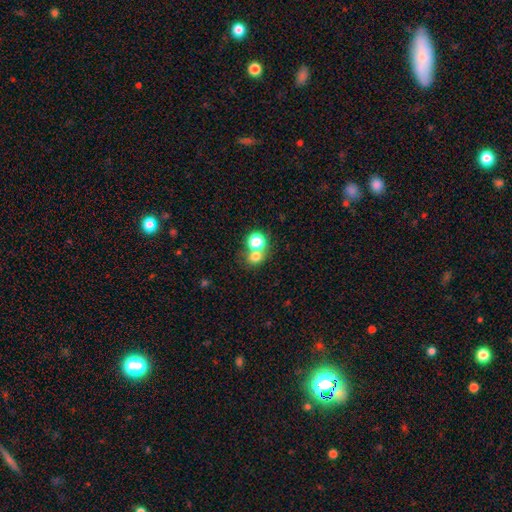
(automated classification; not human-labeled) smooth_or_featured: smooth (p=0.72) [alt: star or artifact p=0.18]
how_rounded: round (p=0.80) [alt: in between p=0.19]
merging: merger (p=0.45) [alt: none p=0.44]